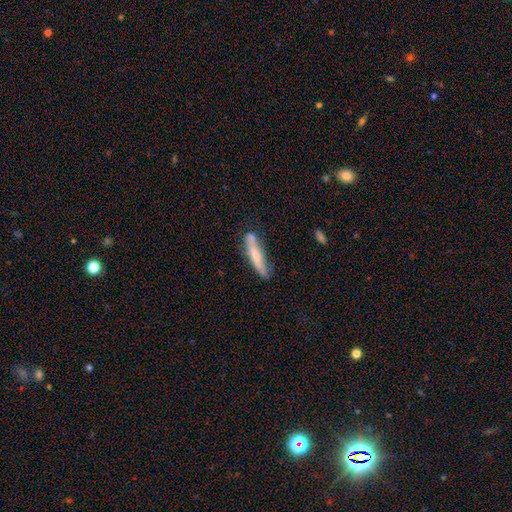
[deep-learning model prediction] This is likely a smooth galaxy (63%). How rounded: clearly cigar-shaped (89%). Merging: likely none (66%).